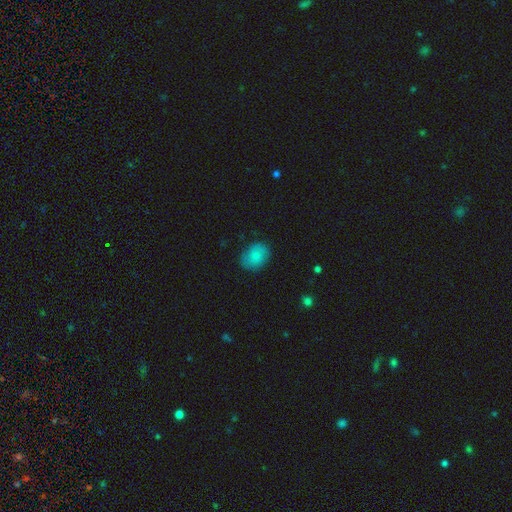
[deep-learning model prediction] This is likely a smooth galaxy (80%). How rounded: likely in between (60%). Merging: likely none (78%).